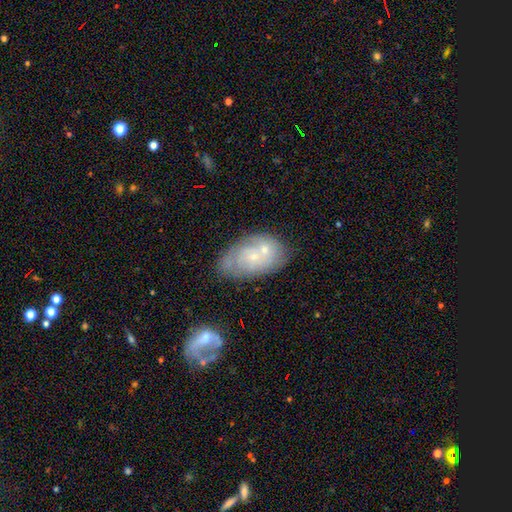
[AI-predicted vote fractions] This is possibly a featured or disk galaxy (58%). It is clearly not viewed edge-on (95%). Bar: clearly no (83%). Spiral arm pattern: likely yes (62%). Central bulge: likely small (76%). Merging: marginally none (44%).